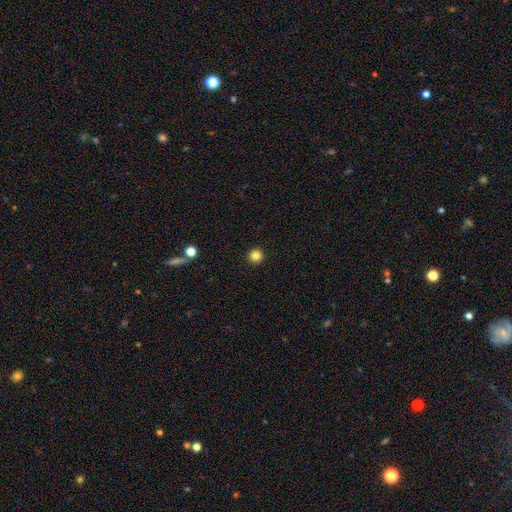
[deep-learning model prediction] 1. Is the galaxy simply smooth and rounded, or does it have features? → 84% smooth, 12% star or artifact, 4% featured or disk.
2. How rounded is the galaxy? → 96% round, 3% in between, 1% cigar-shaped.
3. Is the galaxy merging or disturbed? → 94% none, 4% minor disturbance, 1% major disturbance, 1% merger.